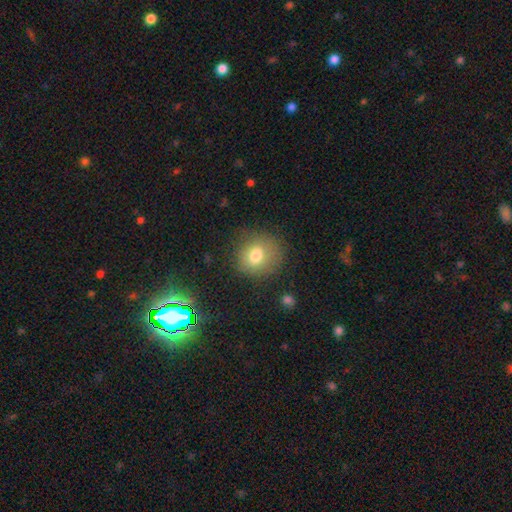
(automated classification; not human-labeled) Smooth or featured? Predicted: smooth (p=0.76). How rounded? Predicted: round (p=0.81). Merging? Predicted: none (p=0.77).